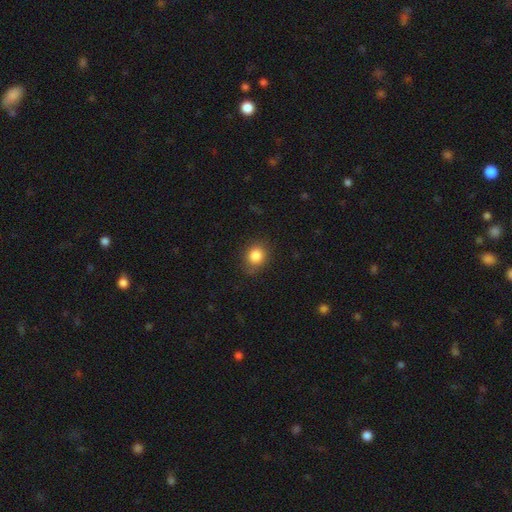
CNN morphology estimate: Smooth or featured? Predicted: smooth (p=0.85). How rounded? Predicted: round (p=0.66). Merging? Predicted: none (p=0.81).